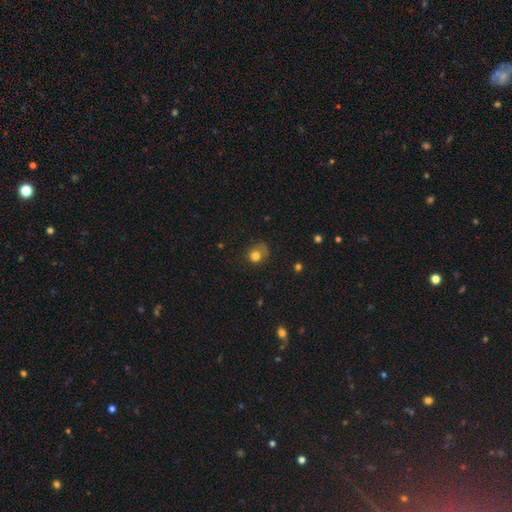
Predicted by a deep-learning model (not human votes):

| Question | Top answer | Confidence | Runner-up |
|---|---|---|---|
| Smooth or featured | smooth | 76% | star or artifact (12%) |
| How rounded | round | 73% | in between (26%) |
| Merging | none | 48% | minor disturbance (28%) |